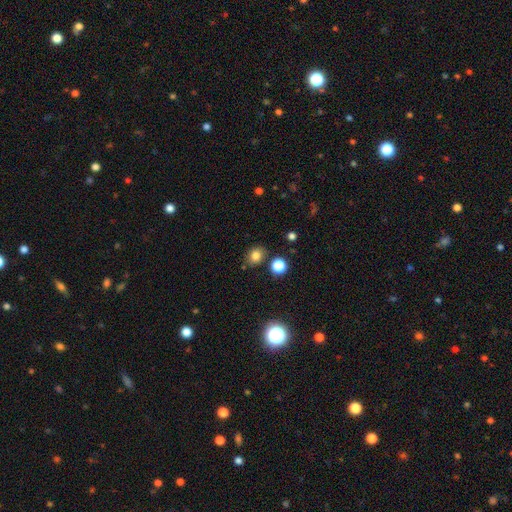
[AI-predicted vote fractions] smooth-or-featured: smooth: 80% | star or artifact: 14% | featured or disk: 6%
  how-rounded: round: 59% | in between: 40% | cigar-shaped: 1%
  merging: none: 79% | minor disturbance: 12% | merger: 6% | major disturbance: 3%